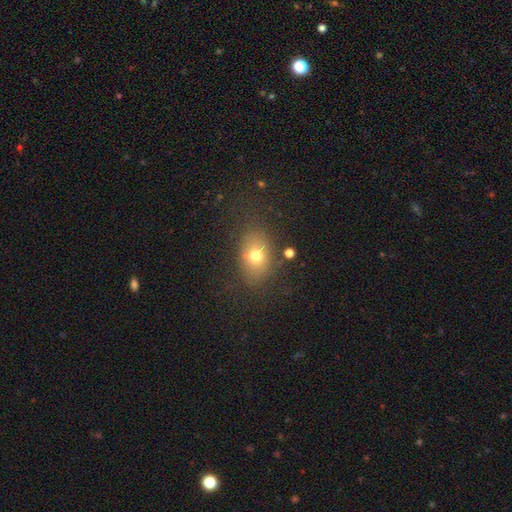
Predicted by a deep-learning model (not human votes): This appears to be a smooth galaxy with no disk features (72%) that is in between round and cigar-shaped (68%). Merging: none (74%).